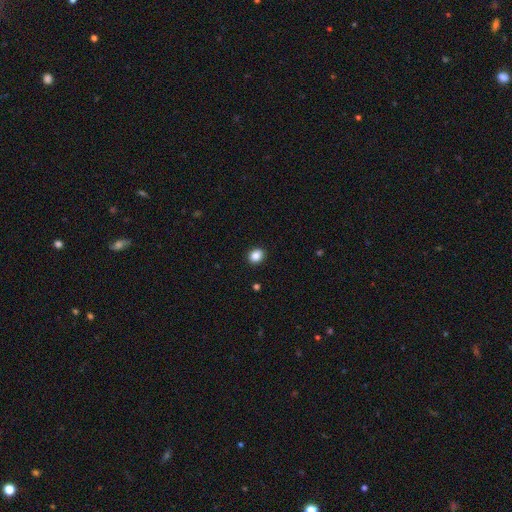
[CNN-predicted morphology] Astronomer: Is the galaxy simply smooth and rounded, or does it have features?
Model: smooth — 87%.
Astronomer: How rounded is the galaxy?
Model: round — 55% (runner-up: in between, 44%).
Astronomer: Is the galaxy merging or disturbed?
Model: none — 91%.